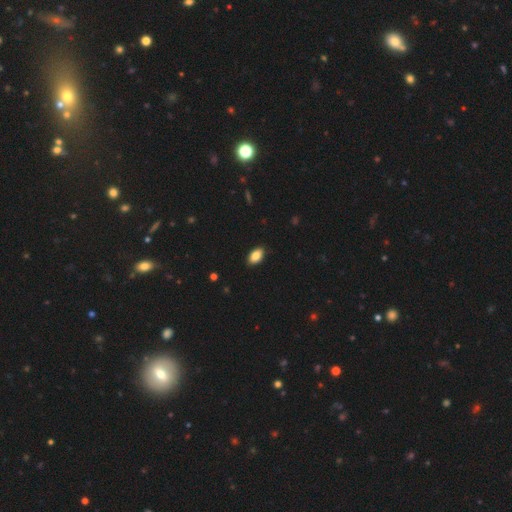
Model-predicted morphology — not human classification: Overall: smooth (86%). How rounded: in between (92%). Merging: none (89%).